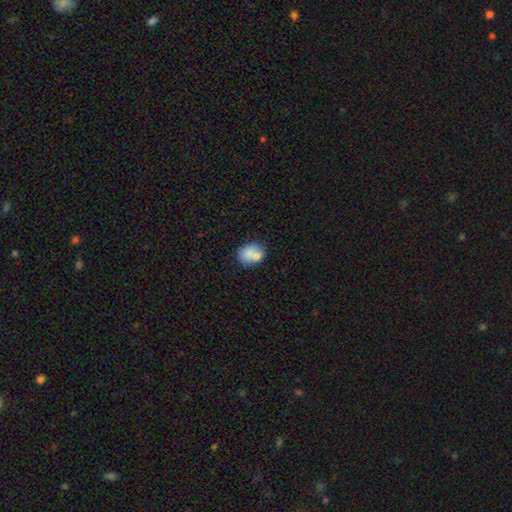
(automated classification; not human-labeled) Smooth or featured? smooth (75%)
How rounded? in between (56%)
Merging? none (53%)